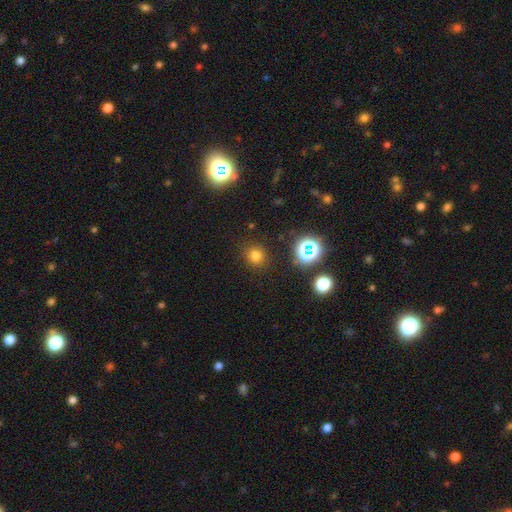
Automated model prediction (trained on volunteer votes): A smooth galaxy with no disk features (74%) that is round (91%). Merging: none (89%).